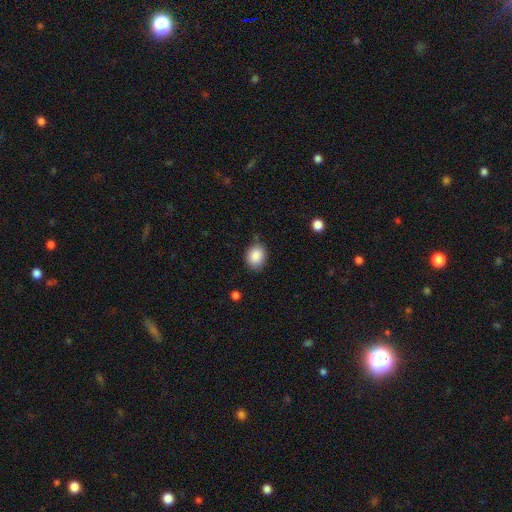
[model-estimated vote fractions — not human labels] smooth 88%, star or artifact 8%, featured or disk 4%. Down the decision tree: how rounded — in between (53%); merging — none (75%).